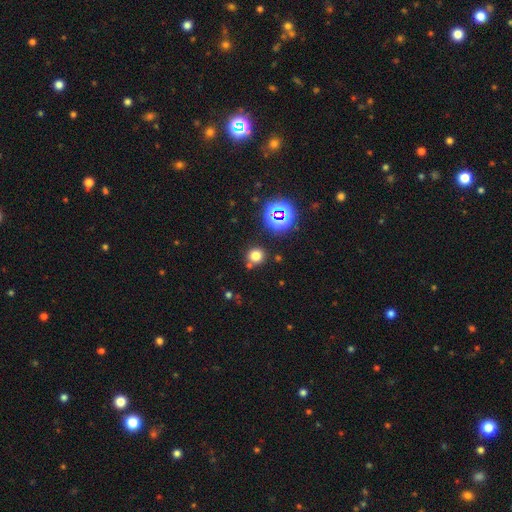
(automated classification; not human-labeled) smooth 72%, star or artifact 22%, featured or disk 7%. Down the decision tree: how rounded — round (89%); merging — none (78%).